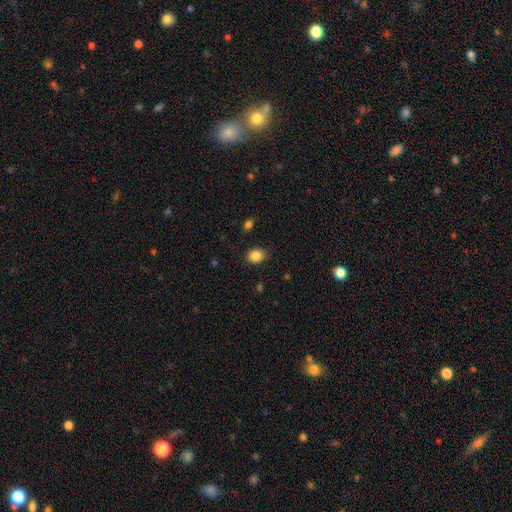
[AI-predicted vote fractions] smooth-or-featured: smooth: 86% | star or artifact: 9% | featured or disk: 4%
  how-rounded: round: 50% | in between: 49% | cigar-shaped: 1%
  merging: none: 83% | minor disturbance: 12% | major disturbance: 3% | merger: 1%